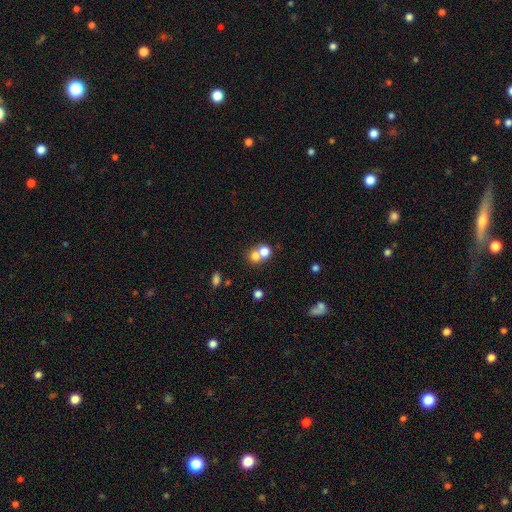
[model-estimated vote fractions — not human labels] Q: Smooth or featured?
A: smooth (72%); runner-up: featured or disk (14%)
Q: How rounded?
A: round (76%); runner-up: in between (23%)
Q: Merging?
A: merger (57%); runner-up: none (34%)